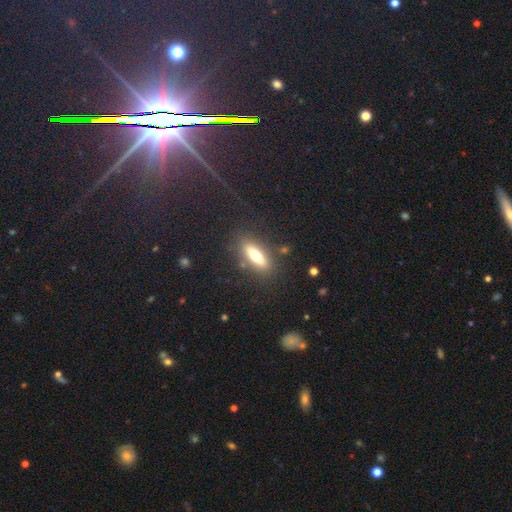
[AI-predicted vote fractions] Smooth or featured? smooth (63%)
How rounded? in between (50%)
Merging? none (82%)